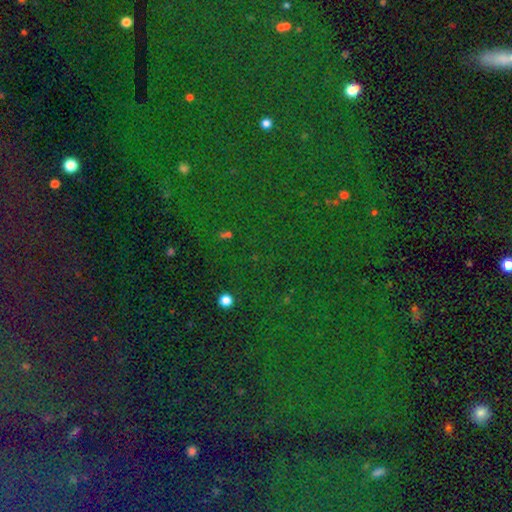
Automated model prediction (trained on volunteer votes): A star or artifact, not a galaxy (84%).

Vote fractions:
- Smooth or featured? star or artifact: 84% / smooth: 9% / featured or disk: 7%